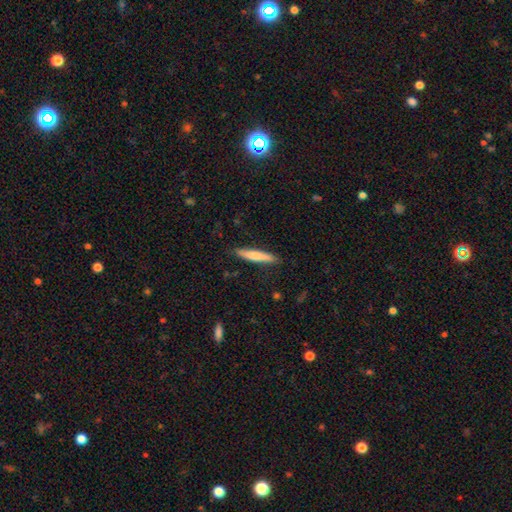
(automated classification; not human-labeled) Smooth or featured? smooth (74%)
How rounded? cigar-shaped (91%)
Merging? none (86%)